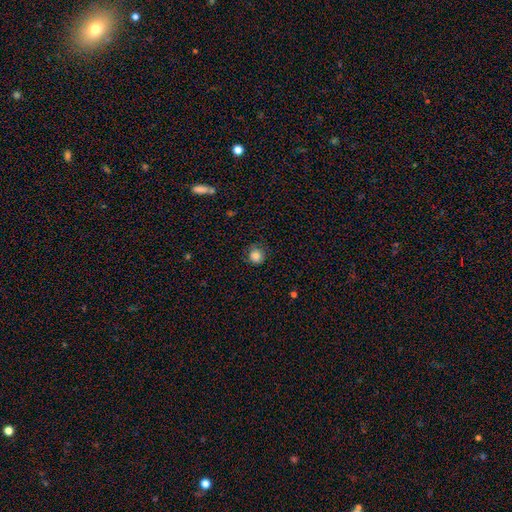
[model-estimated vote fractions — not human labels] A smooth galaxy with no disk features (80%) that is round (89%).

Vote fractions:
- Smooth or featured? smooth: 80% / star or artifact: 11% / featured or disk: 9%
- How rounded? round: 89% / in between: 10% / cigar-shaped: 1%
- Merging? none: 77% / minor disturbance: 17% / major disturbance: 5% / merger: 1%